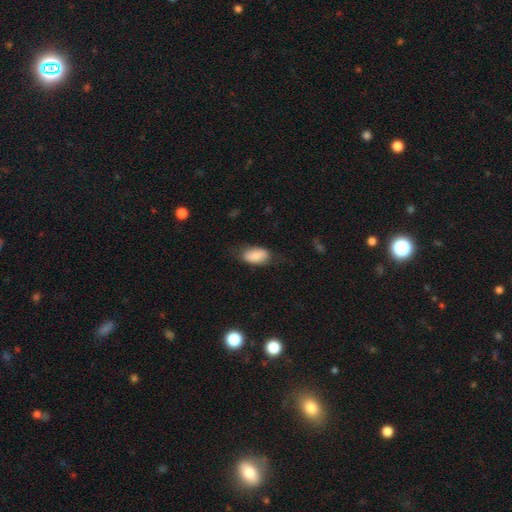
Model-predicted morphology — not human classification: A smooth galaxy with no disk features (83%) that is in between round and cigar-shaped (93%).

Vote fractions:
- Smooth or featured? smooth: 83% / featured or disk: 10% / star or artifact: 6%
- How rounded? in between: 93% / round: 4% / cigar-shaped: 3%
- Merging? none: 67% / minor disturbance: 24% / major disturbance: 8% / merger: 1%